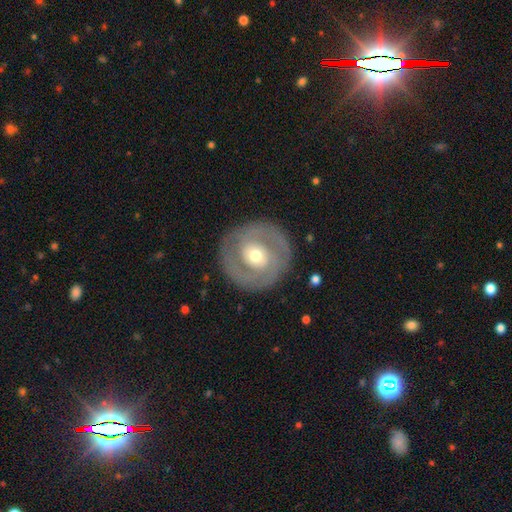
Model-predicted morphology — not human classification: Q: Smooth or featured?
A: featured or disk (72%); runner-up: smooth (23%)
Q: Edge-on disk?
A: no (97%); runner-up: yes (3%)
Q: Bar?
A: no (66%); runner-up: weak (25%)
Q: Spiral arms?
A: yes (67%); runner-up: no (33%)
Q: Bulge size?
A: moderate (63%); runner-up: small (24%)
Q: Merging?
A: none (85%); runner-up: minor disturbance (9%)